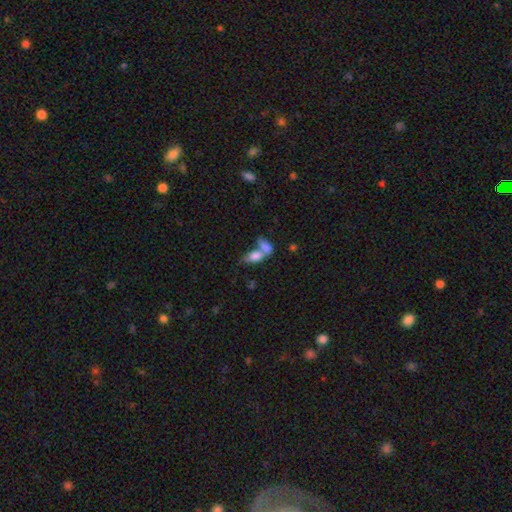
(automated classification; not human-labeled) This appears to be a smooth galaxy with no disk features (76%) that is in between round and cigar-shaped (84%). Merging: merger (63%).